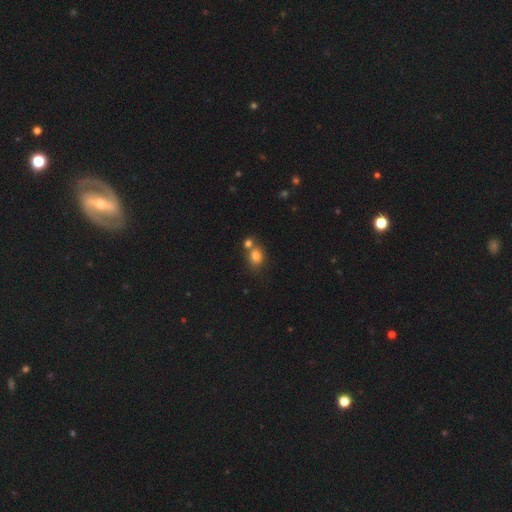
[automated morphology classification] smooth-or-featured: smooth: 80% | star or artifact: 12% | featured or disk: 9%
  how-rounded: round: 51% | in between: 47% | cigar-shaped: 1%
  merging: none: 49% | merger: 37% | minor disturbance: 10% | major disturbance: 3%